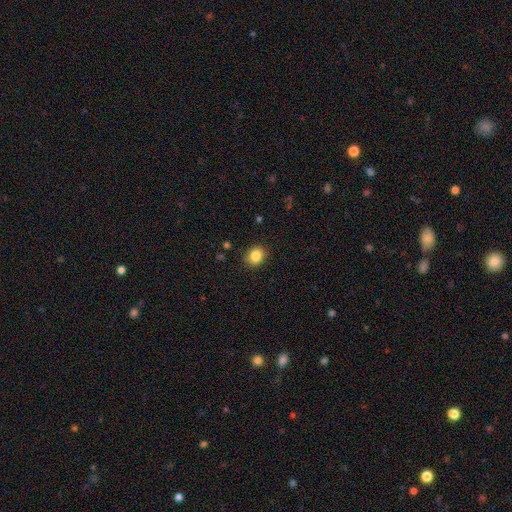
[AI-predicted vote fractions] Smooth or featured: smooth — 85% (star or artifact — 10%)
How rounded: round — 71% (in between — 28%)
Merging: none — 87% (minor disturbance — 10%)